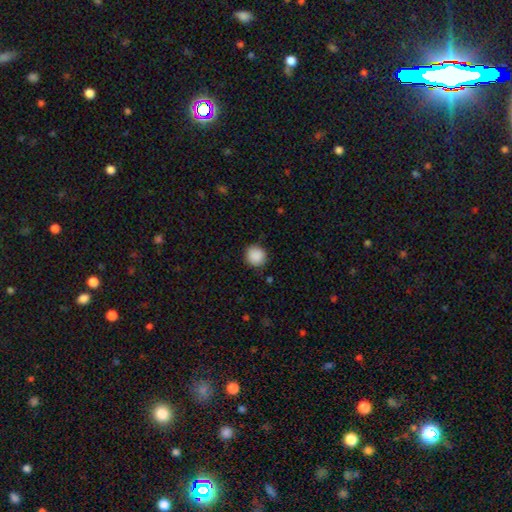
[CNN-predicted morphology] Smooth or featured? smooth (89%)
How rounded? round (91%)
Merging? none (85%)